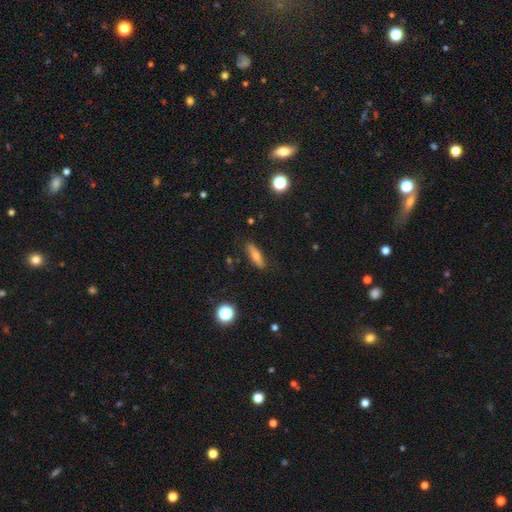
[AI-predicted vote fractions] smooth-or-featured: smooth: 62% | featured or disk: 27% | star or artifact: 10%
  how-rounded: cigar-shaped: 63% | in between: 33% | round: 4%
  merging: none: 87% | minor disturbance: 10% | major disturbance: 2% | merger: 1%